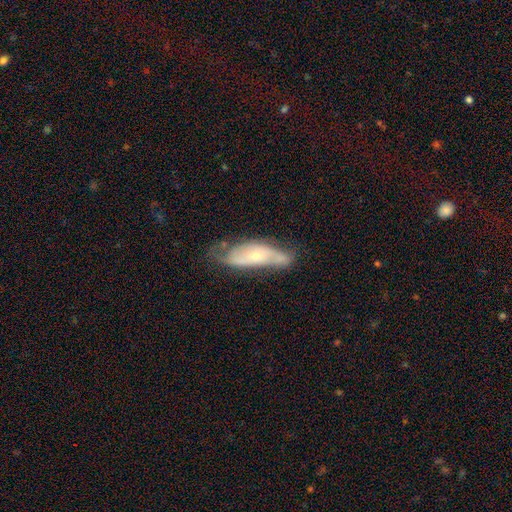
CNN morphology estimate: Smooth or featured: featured or disk — 63% (smooth — 30%)
Edge-on disk: no — 80% (yes — 20%)
Bar: no — 72% (weak — 21%)
Spiral arms: yes — 72% (no — 28%)
Bulge size: small — 64% (moderate — 32%)
Merging: none — 49% (minor disturbance — 31%)